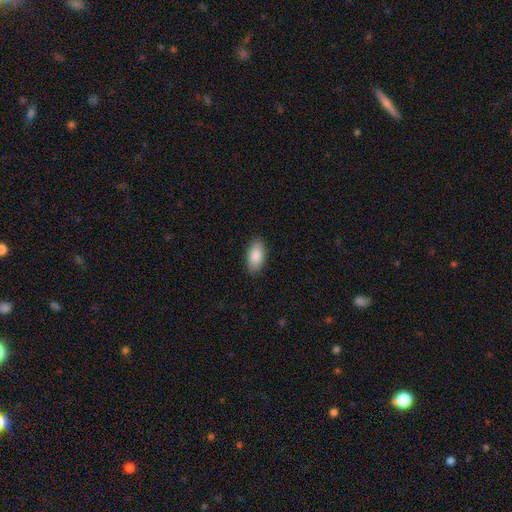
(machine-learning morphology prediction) A smooth galaxy with no disk features (86%) that is in between round and cigar-shaped (92%).

Vote fractions:
- Smooth or featured? smooth: 86% / featured or disk: 8% / star or artifact: 6%
- How rounded? in between: 92% / cigar-shaped: 5% / round: 3%
- Merging? none: 88% / minor disturbance: 9% / major disturbance: 2% / merger: 1%